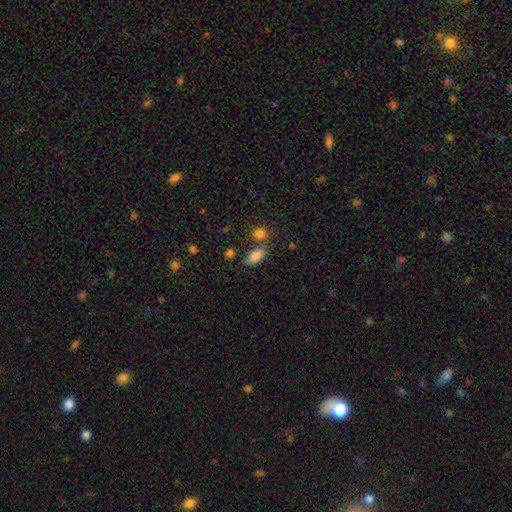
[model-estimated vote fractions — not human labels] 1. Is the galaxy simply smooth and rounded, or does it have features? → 83% smooth, 9% star or artifact, 8% featured or disk.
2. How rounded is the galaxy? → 87% in between, 7% cigar-shaped, 5% round.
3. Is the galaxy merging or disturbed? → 63% none, 18% merger, 14% minor disturbance, 5% major disturbance.